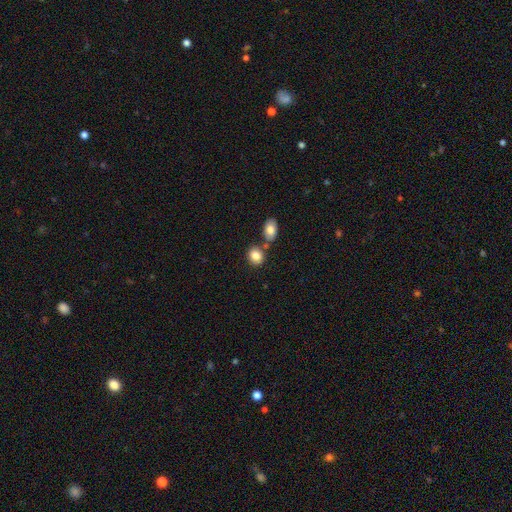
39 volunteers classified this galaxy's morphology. Smooth or featured? smooth (87%)
How rounded? round (56%)
Merging? none (65%)